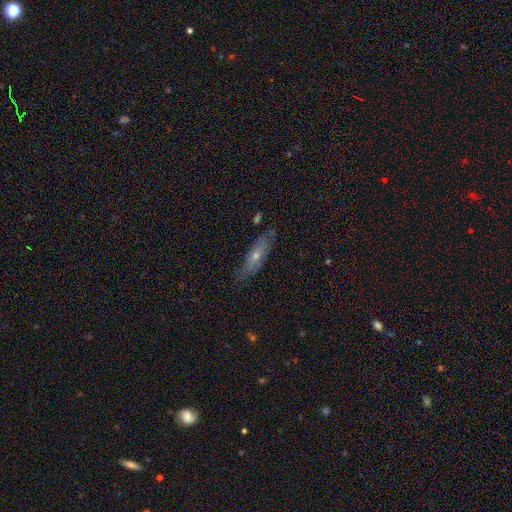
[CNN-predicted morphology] This appears to be a featured or disk galaxy (52%) viewed edge-on (53%). Merging: none (74%).